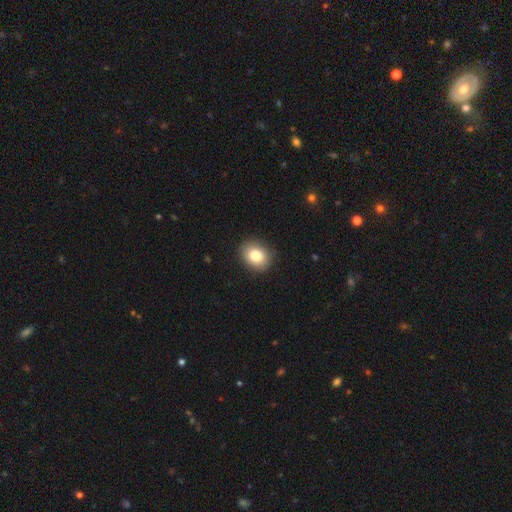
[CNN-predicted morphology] Smooth or featured: smooth — 85% (star or artifact — 8%)
How rounded: round — 54% (in between — 45%)
Merging: none — 87% (minor disturbance — 10%)